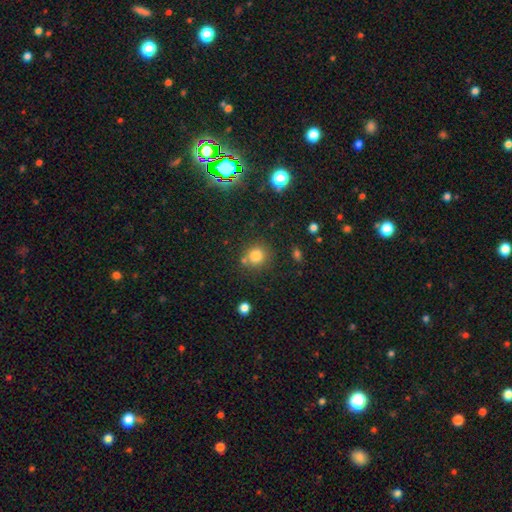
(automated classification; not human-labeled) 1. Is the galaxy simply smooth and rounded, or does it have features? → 79% smooth, 14% star or artifact, 7% featured or disk.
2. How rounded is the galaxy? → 87% round, 12% in between, 1% cigar-shaped.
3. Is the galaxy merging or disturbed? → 70% none, 14% merger, 12% minor disturbance, 4% major disturbance.